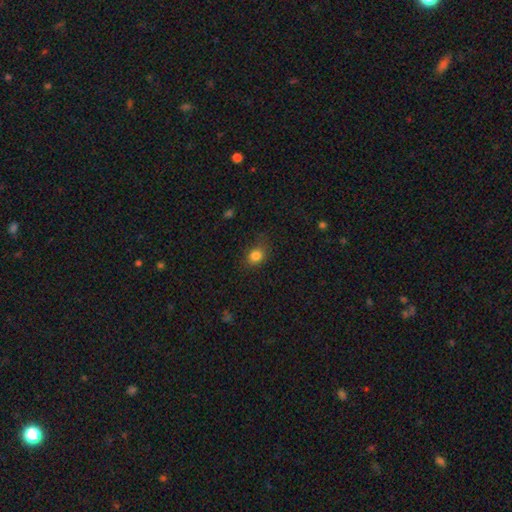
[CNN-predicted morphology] The model was most divided on "how rounded": round: 59%, in between: 40%, cigar-shaped: 1%. More confident: smooth or featured — smooth (82%); merging — none (73%).